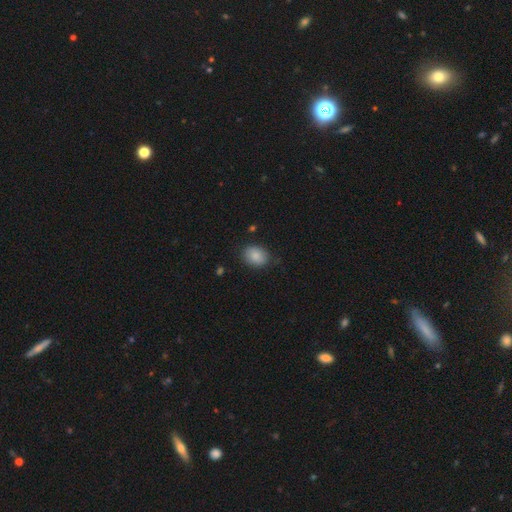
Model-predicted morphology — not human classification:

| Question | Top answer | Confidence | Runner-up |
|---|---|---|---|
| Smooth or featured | smooth | 87% | star or artifact (8%) |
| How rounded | in between | 66% | round (33%) |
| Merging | none | 80% | minor disturbance (15%) |